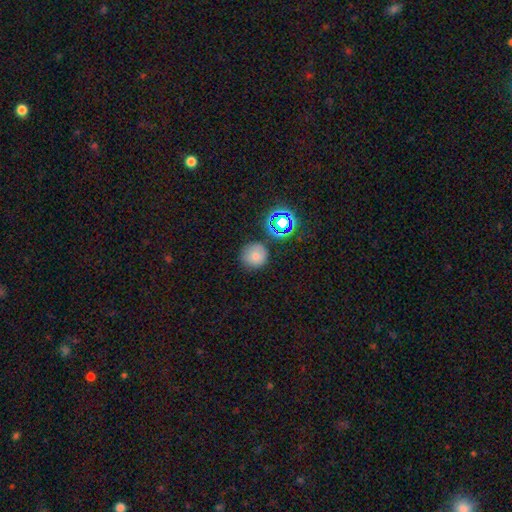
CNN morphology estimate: type=smooth (72%); roundness=round (93%); merging=none (82%).